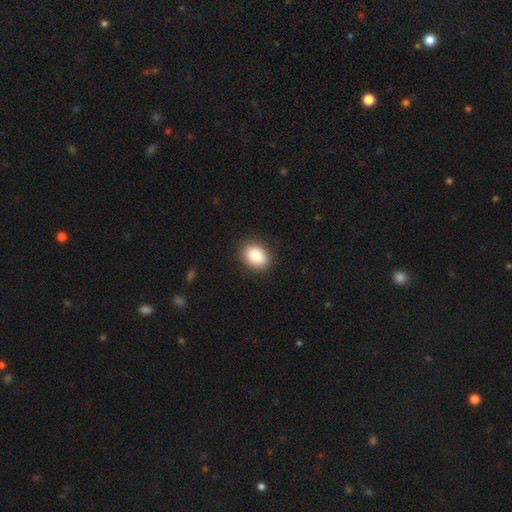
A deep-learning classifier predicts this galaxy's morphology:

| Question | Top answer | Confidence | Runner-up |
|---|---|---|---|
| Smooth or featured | smooth | 87% | star or artifact (8%) |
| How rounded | in between | 67% | round (32%) |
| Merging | none | 89% | minor disturbance (8%) |